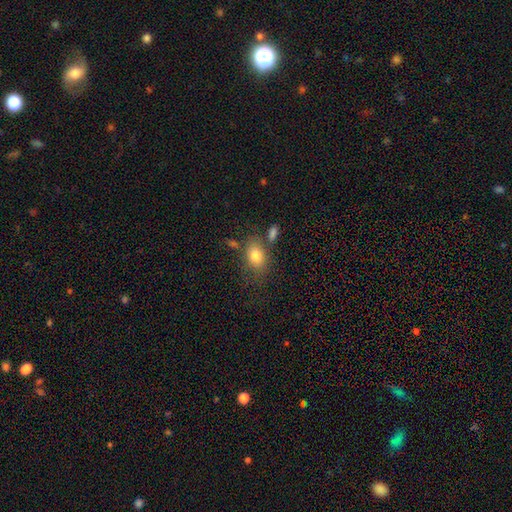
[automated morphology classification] Smooth or featured: smooth — 79% (featured or disk — 11%)
How rounded: in between — 76% (round — 22%)
Merging: none — 66% (minor disturbance — 17%)